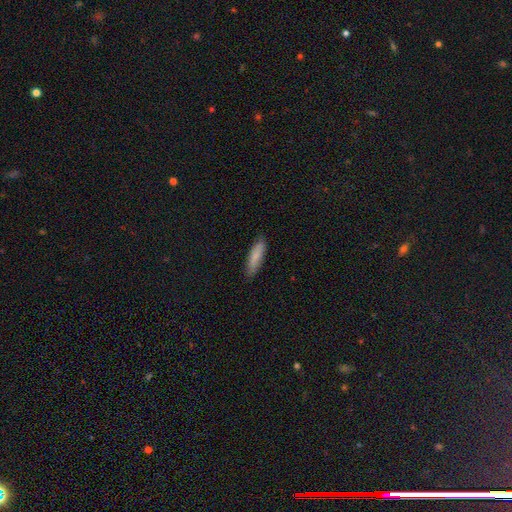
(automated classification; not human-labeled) Smooth or featured? smooth (81%)
How rounded? cigar-shaped (71%)
Merging? none (84%)